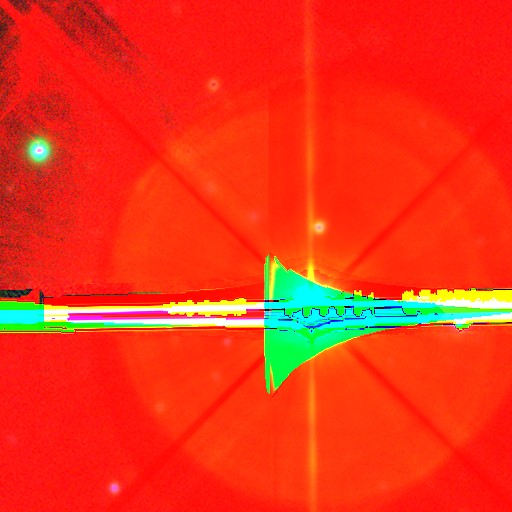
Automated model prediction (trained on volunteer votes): Smooth or featured? star or artifact (90%)